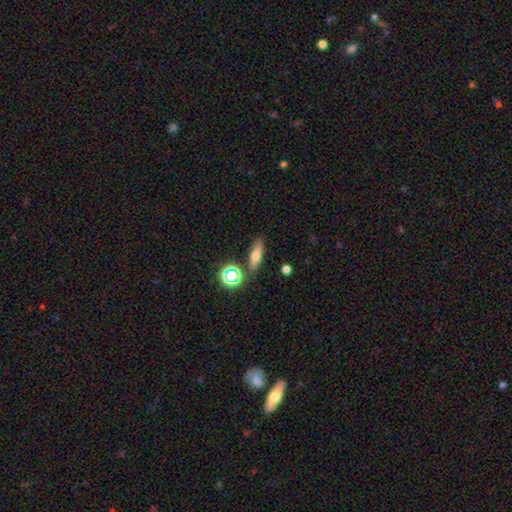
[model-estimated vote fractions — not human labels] The model was most divided on "how rounded": in between: 46%, cigar-shaped: 45%, round: 9%. More confident: merging — none (81%); smooth or featured — smooth (64%).